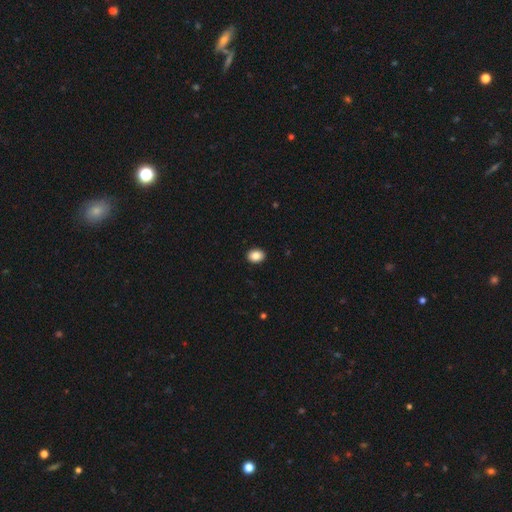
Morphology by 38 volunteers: Overall: smooth (92%). How rounded: in between (71%). Merging: none (83%).